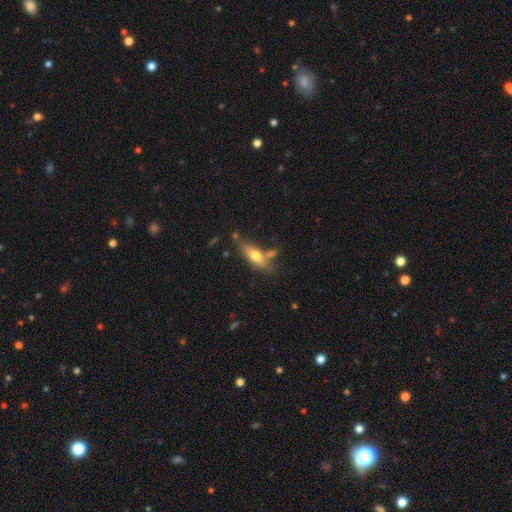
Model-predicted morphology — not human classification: smooth 55%, featured or disk 37%, star or artifact 7%. Down the decision tree: how rounded — in between (51%); merging — none (59%).